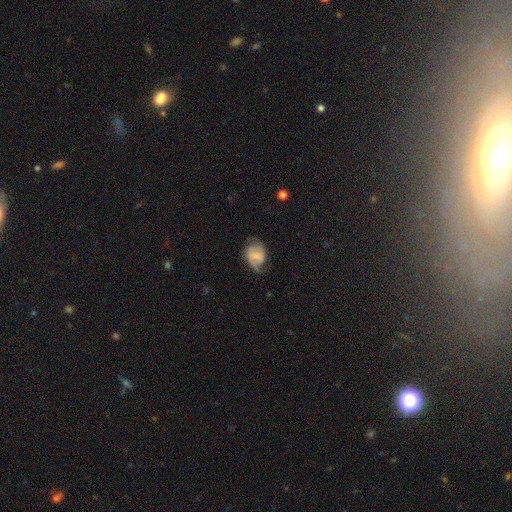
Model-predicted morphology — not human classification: A featured or disk galaxy (57%) with a weak bar (49%), spiral arms (85%) and a small central bulge (41%).

Vote fractions:
- Smooth or featured? featured or disk: 57% / smooth: 36% / star or artifact: 7%
- Edge-on disk? no: 97% / yes: 3%
- Bar? weak: 49% / no: 32% / strong: 19%
- Spiral arms? yes: 85% / no: 15%
- Bulge size? small: 41% / none: 31% / moderate: 23% / large: 4% / dominant: 2%
- Merging? none: 52% / minor disturbance: 29% / major disturbance: 18% / merger: 2%